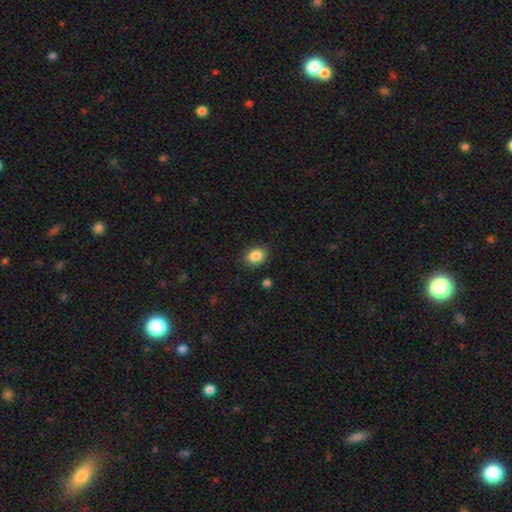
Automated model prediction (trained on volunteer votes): Morphology: type=smooth (87%); roundness=in between (68%); merging=none (85%).